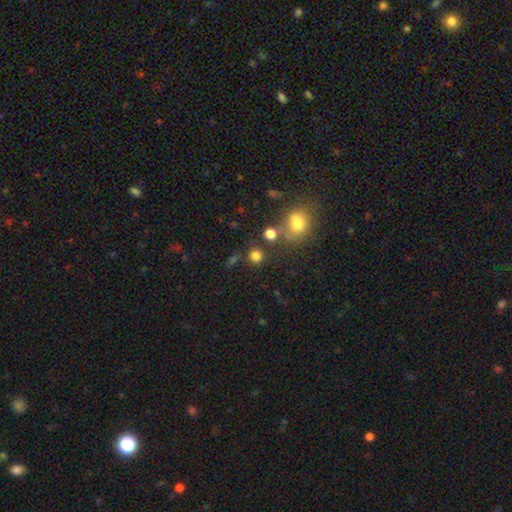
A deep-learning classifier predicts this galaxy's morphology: smooth 78%, star or artifact 16%, featured or disk 6%. Down the decision tree: how rounded — round (89%); merging — none (77%).